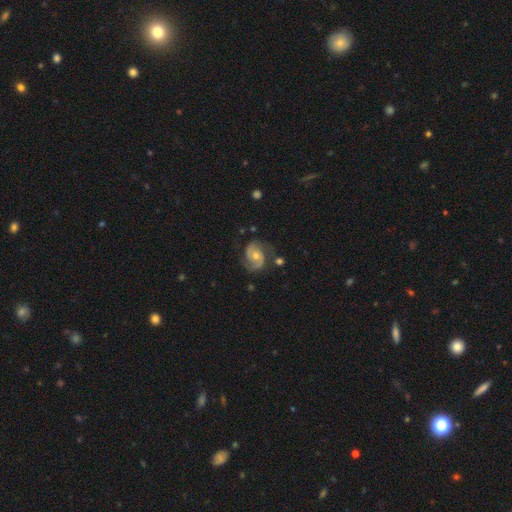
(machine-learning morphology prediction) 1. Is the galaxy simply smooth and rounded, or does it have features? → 85% featured or disk, 9% smooth, 6% star or artifact.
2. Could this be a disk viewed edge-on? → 98% no, 2% yes.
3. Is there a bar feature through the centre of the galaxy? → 66% no, 28% weak, 6% strong.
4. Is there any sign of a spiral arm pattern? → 96% yes, 4% no.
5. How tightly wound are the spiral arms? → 51% medium, 32% tight, 18% loose.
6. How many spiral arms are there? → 90% 2, 4% can't tell, 2% 1, 2% 3, 1% 4, 1% more than 4.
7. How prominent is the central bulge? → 59% moderate, 37% small, 2% large, 1% none, 1% dominant.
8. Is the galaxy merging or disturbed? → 72% none, 18% minor disturbance, 8% major disturbance, 3% merger.